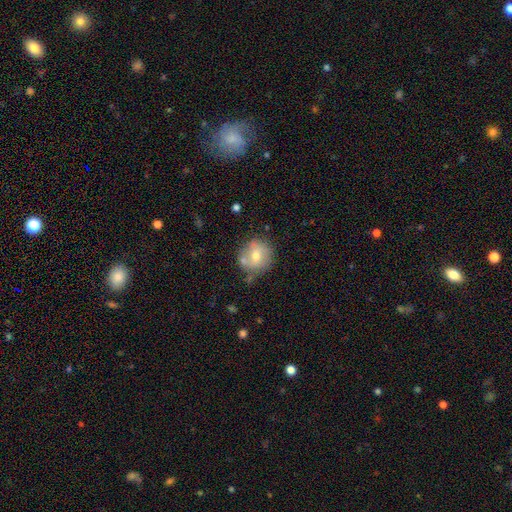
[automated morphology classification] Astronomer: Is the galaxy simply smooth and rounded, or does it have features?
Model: smooth — 63%.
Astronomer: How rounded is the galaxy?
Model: round — 85%.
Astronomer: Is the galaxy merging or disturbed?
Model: none — 62%.